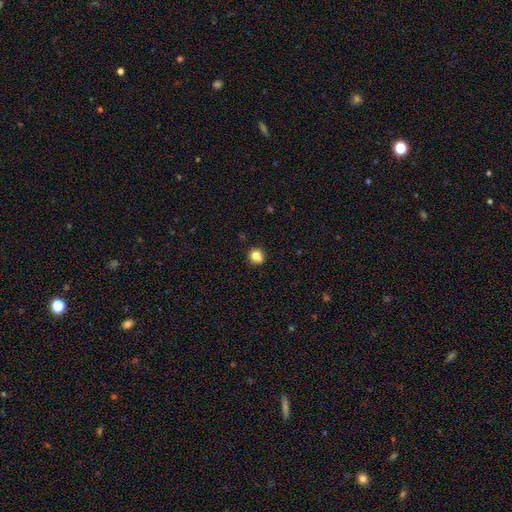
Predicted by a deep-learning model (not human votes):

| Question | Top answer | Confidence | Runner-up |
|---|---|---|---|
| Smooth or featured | smooth | 81% | star or artifact (12%) |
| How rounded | round | 82% | in between (17%) |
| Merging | none | 81% | minor disturbance (13%) |